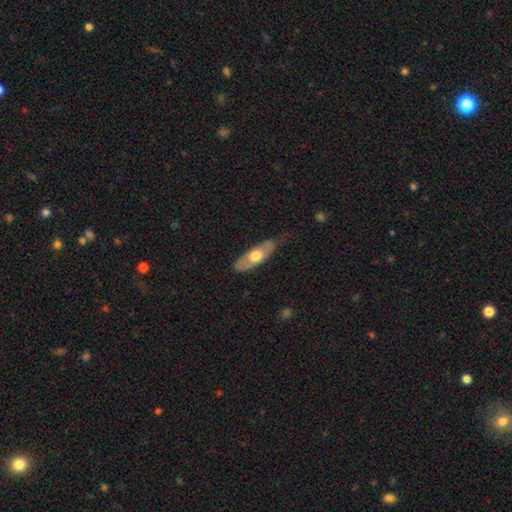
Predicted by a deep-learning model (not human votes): Overall: smooth (54%; featured or disk 41%). How rounded: in between (67%; cigar-shaped 30%). Merging: none (71%).